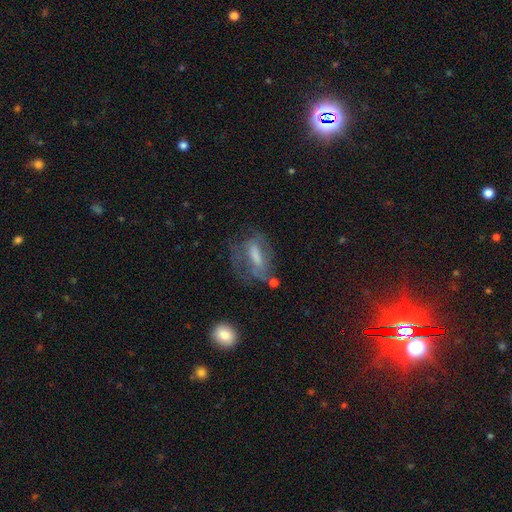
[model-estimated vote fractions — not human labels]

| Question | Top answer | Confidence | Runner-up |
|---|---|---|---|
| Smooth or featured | featured or disk | 53% | smooth (32%) |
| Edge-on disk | no | 85% | yes (15%) |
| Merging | none | 48% | major disturbance (26%) |